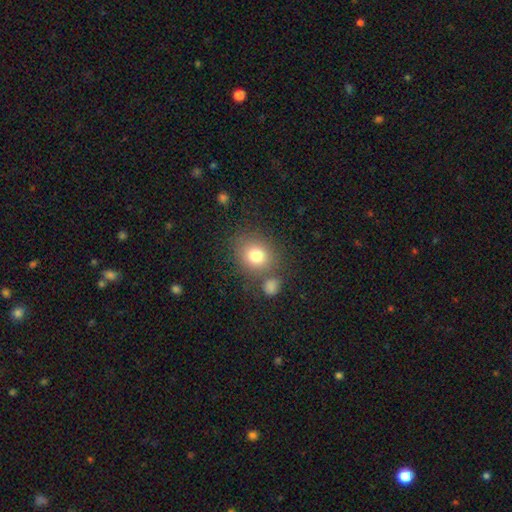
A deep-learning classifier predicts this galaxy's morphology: Smooth or featured? Predicted: smooth (p=0.79). How rounded? Predicted: round (p=0.71). Merging? Predicted: none (p=0.68).